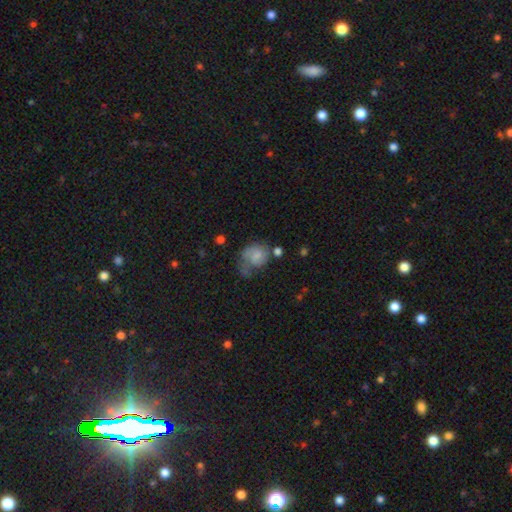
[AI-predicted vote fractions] This appears to be a smooth galaxy with no disk features (51%) that is round (52%). Merging: major disturbance (37%).